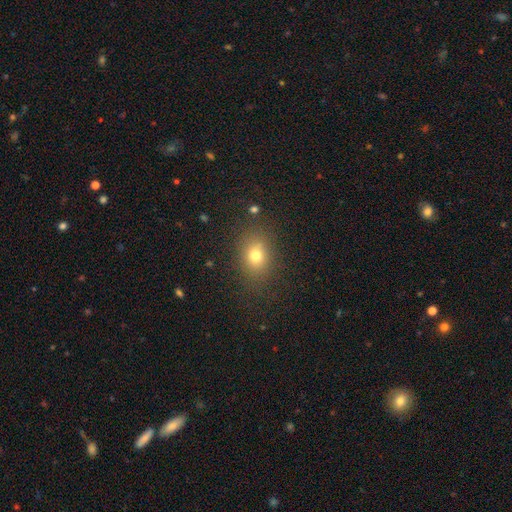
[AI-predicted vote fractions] This is likely a smooth galaxy (74%). How rounded: possibly in between (59%). Merging: clearly none (80%).